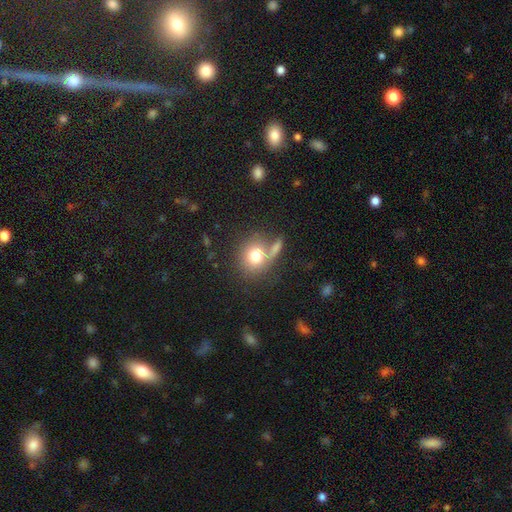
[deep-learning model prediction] Smooth or featured? Predicted: smooth (p=0.76). How rounded? Predicted: round (p=0.78). Merging? Predicted: none (p=0.55).